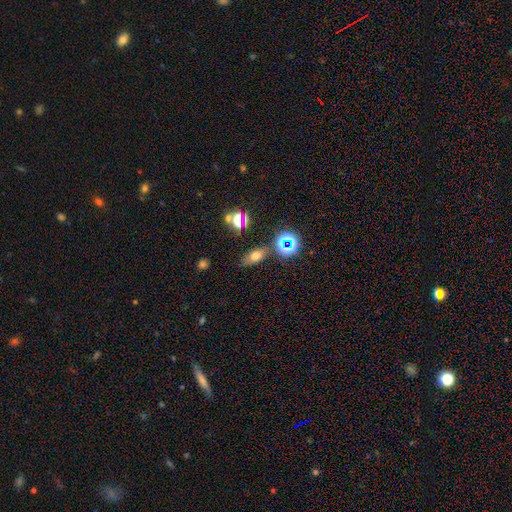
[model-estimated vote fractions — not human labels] smooth 60%, star or artifact 25%, featured or disk 15%. Down the decision tree: how rounded — in between (76%); merging — none (77%).